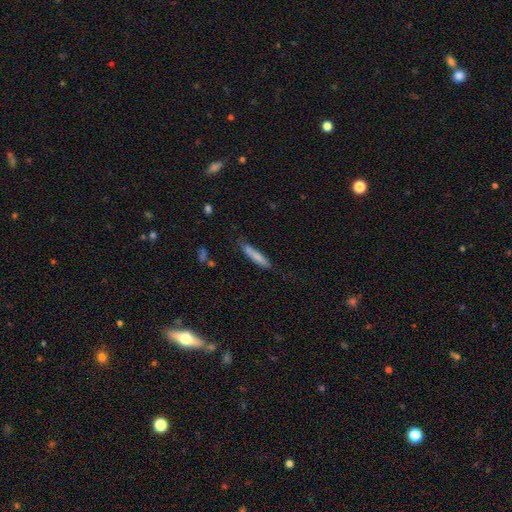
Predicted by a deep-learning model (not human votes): Smooth or featured? smooth (76%)
How rounded? cigar-shaped (89%)
Merging? none (76%)